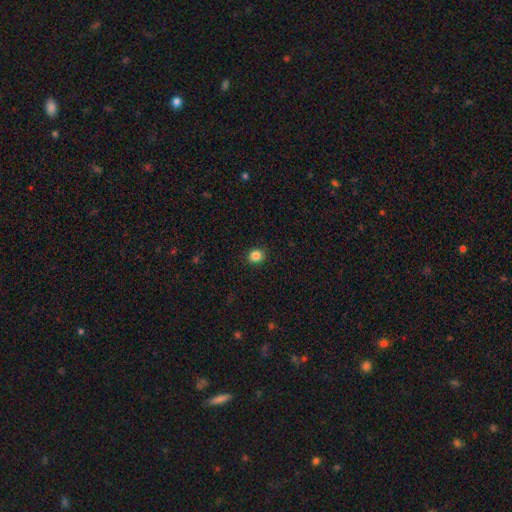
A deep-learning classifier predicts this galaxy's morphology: A smooth galaxy with no disk features (85%) that is round (86%).

Vote fractions:
- Smooth or featured? smooth: 85% / star or artifact: 11% / featured or disk: 4%
- How rounded? round: 86% / in between: 13% / cigar-shaped: 1%
- Merging? none: 92% / minor disturbance: 6% / major disturbance: 2% / merger: 1%